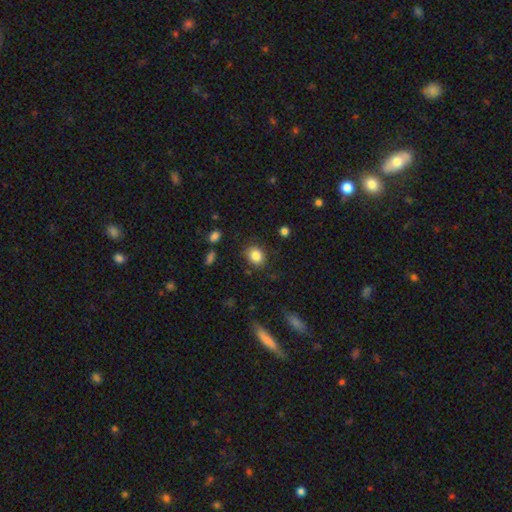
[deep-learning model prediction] Smooth or featured? Predicted: smooth (p=0.85). How rounded? Predicted: round (p=0.57). Merging? Predicted: none (p=0.81).